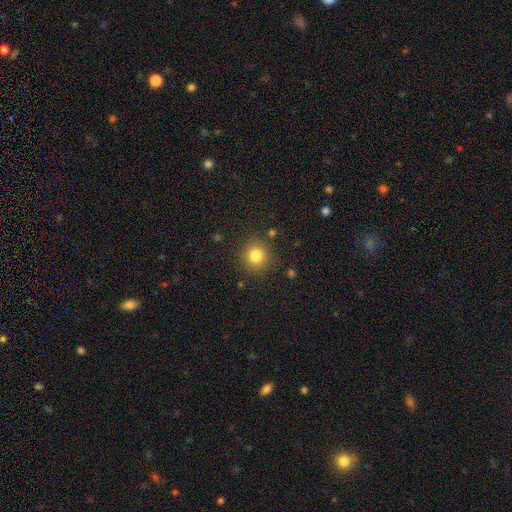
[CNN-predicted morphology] smooth_or_featured: smooth (p=0.81) [alt: star or artifact p=0.13]
how_rounded: round (p=0.91) [alt: in between p=0.08]
merging: none (p=0.86) [alt: minor disturbance p=0.09]